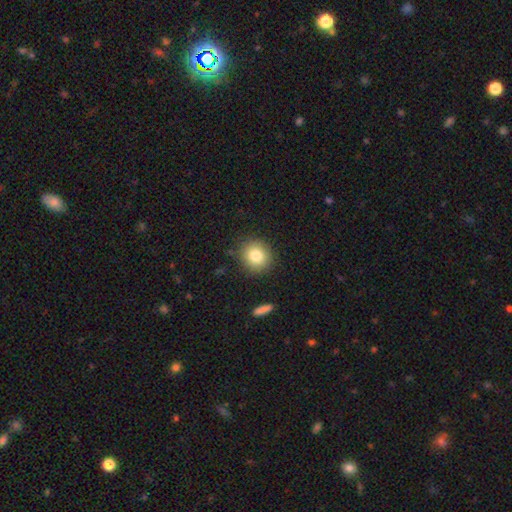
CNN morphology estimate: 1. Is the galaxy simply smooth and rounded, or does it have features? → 81% smooth, 10% star or artifact, 9% featured or disk.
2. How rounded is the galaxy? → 86% round, 13% in between, 1% cigar-shaped.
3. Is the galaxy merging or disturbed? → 87% none, 8% minor disturbance, 3% major disturbance, 2% merger.